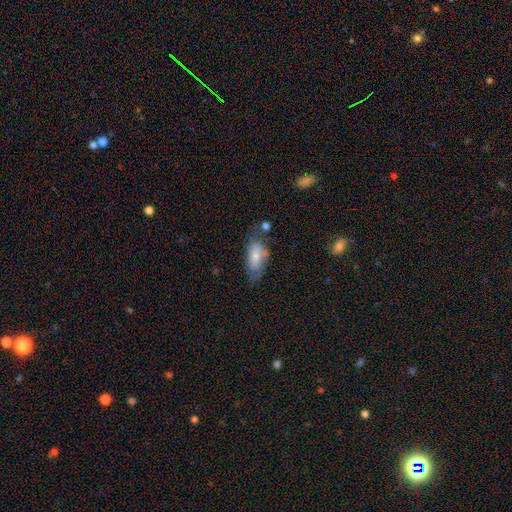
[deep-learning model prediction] A smooth galaxy with no disk features (74%) that is in between round and cigar-shaped (86%). Merging: none (48%).